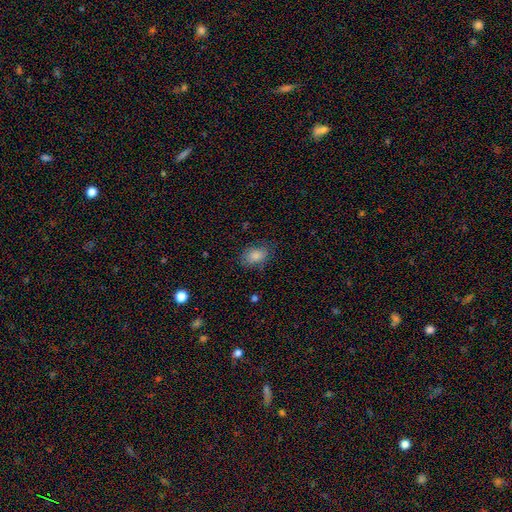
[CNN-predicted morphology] smooth 83%, featured or disk 9%, star or artifact 8%. Down the decision tree: how rounded — in between (86%); merging — none (70%).